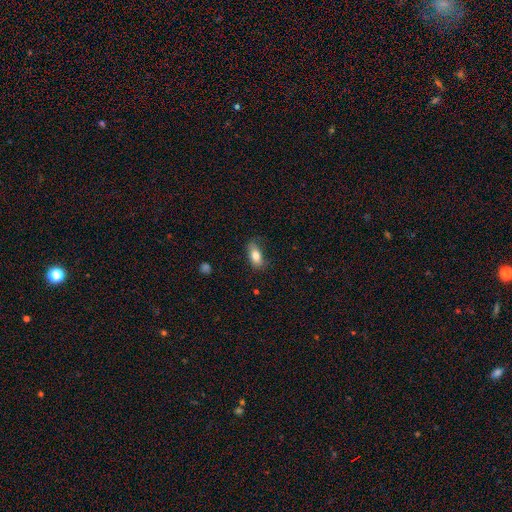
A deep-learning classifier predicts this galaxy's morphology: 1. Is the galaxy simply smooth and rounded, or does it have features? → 80% smooth, 12% featured or disk, 8% star or artifact.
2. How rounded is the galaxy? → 87% in between, 8% cigar-shaped, 5% round.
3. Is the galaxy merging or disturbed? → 72% none, 21% minor disturbance, 6% major disturbance, 1% merger.